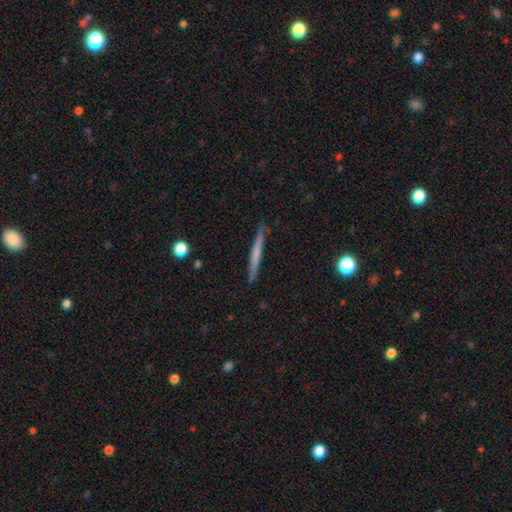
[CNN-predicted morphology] Q: Smooth or featured?
A: smooth (56%); runner-up: featured or disk (38%)
Q: How rounded?
A: cigar-shaped (96%); runner-up: in between (2%)
Q: Merging?
A: none (86%); runner-up: minor disturbance (10%)